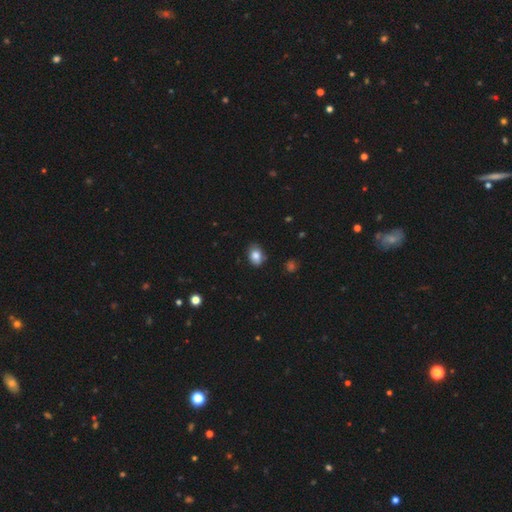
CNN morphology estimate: smooth 84%, star or artifact 9%, featured or disk 8%. Down the decision tree: how rounded — in between (76%); merging — none (76%).